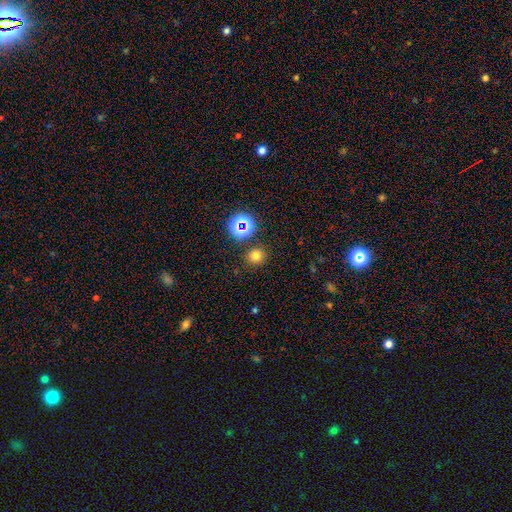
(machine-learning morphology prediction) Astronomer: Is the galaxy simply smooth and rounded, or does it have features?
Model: smooth — 73%.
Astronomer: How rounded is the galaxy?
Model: round — 92%.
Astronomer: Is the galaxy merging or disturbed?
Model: none — 88%.